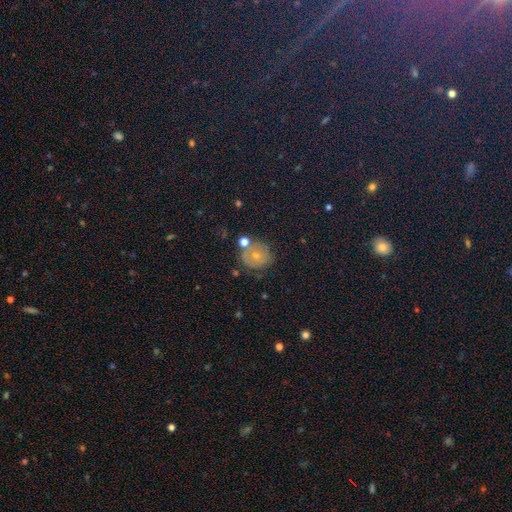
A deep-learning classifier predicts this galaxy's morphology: smooth-or-featured: smooth: 58% | featured or disk: 28% | star or artifact: 14%
  how-rounded: round: 82% | in between: 17% | cigar-shaped: 1%
  merging: none: 65% | minor disturbance: 18% | merger: 11% | major disturbance: 6%